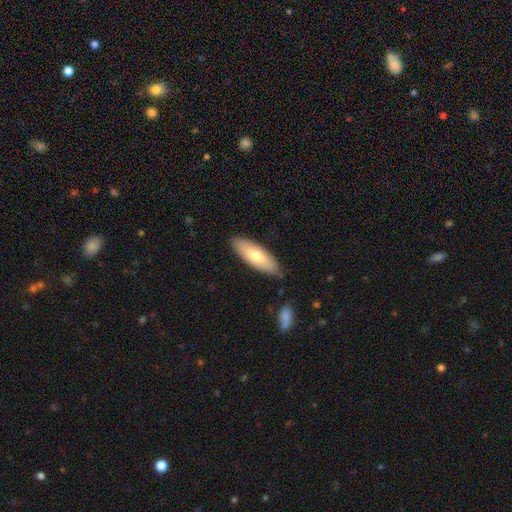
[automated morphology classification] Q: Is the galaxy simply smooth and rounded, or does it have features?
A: smooth — 70%.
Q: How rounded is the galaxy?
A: in between — 61%.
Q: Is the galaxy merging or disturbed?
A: none — 83%.